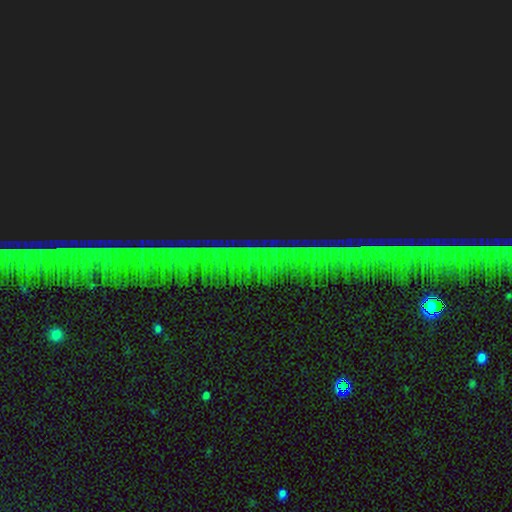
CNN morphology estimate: star or artifact 86%, featured or disk 8%, smooth 6%.